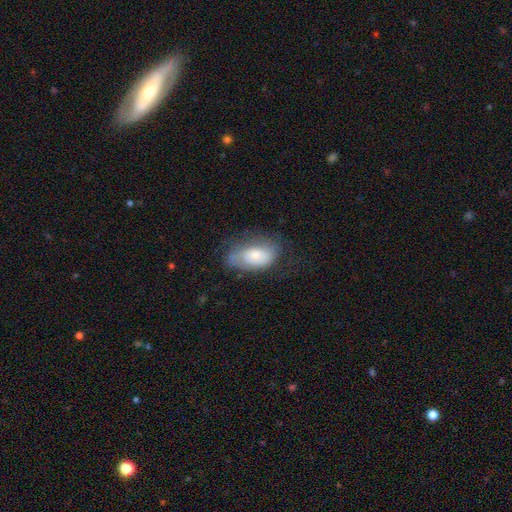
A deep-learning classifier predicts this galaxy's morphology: Q: Smooth or featured?
A: smooth (63%); runner-up: featured or disk (30%)
Q: How rounded?
A: in between (92%); runner-up: round (6%)
Q: Merging?
A: none (51%); runner-up: minor disturbance (30%)